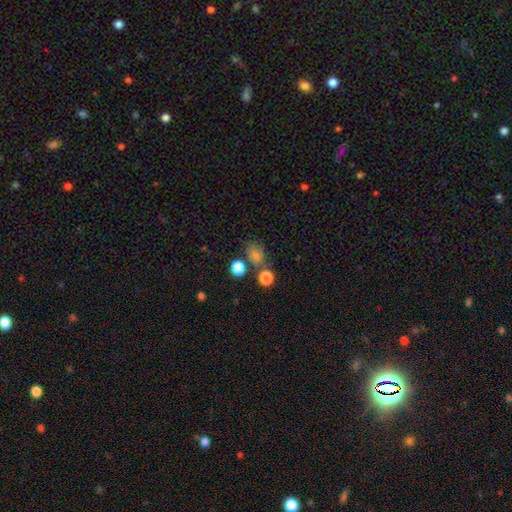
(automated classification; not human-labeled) This is likely a smooth galaxy (70%). How rounded: possibly round (59%). Merging: likely none (68%).